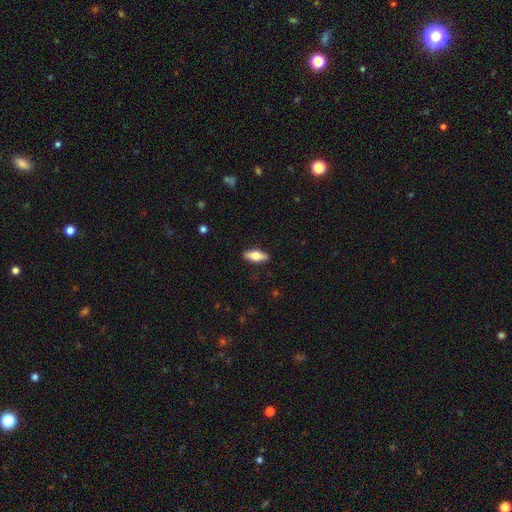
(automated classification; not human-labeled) Morphology: type=smooth (58%); roundness=in between (63%); merging=none (89%).